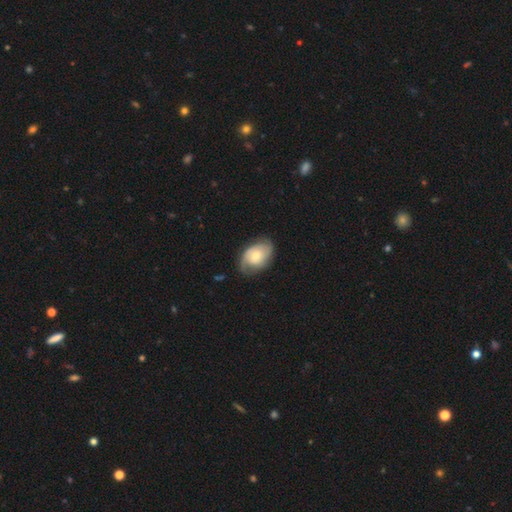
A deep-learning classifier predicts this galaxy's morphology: A featured or disk galaxy (58%) with no bar (75%), spiral arms (82%) and a moderate central bulge (54%).

Vote fractions:
- Smooth or featured? featured or disk: 58% / smooth: 36% / star or artifact: 6%
- Edge-on disk? no: 95% / yes: 5%
- Bar? no: 75% / weak: 21% / strong: 4%
- Spiral arms? yes: 82% / no: 18%
- Bulge size? moderate: 54% / small: 37% / large: 6% / none: 2% / dominant: 1%
- Merging? none: 67% / minor disturbance: 24% / major disturbance: 8% / merger: 1%